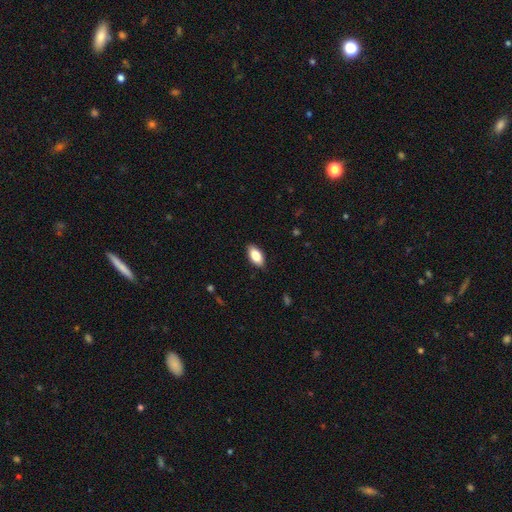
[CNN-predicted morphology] The model was most divided on "smooth or featured": smooth: 84%, featured or disk: 10%, star or artifact: 7%. More confident: how rounded — in between (91%); merging — none (86%).